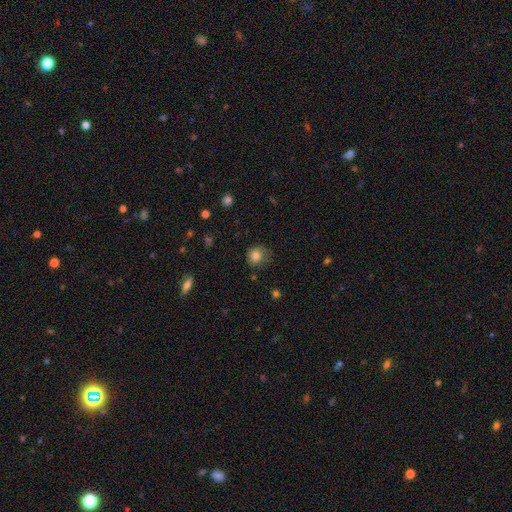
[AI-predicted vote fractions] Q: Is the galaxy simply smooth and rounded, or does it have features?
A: smooth — 81%.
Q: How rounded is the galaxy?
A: round — 80%.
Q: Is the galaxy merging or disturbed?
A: none — 64%.